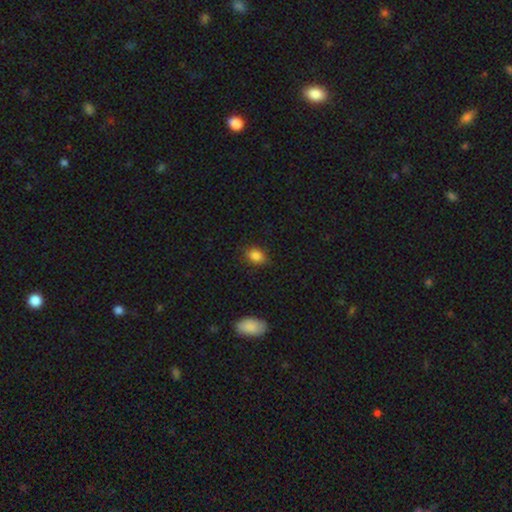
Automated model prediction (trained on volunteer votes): Morphology: type=smooth (85%); roundness=in between (68%); merging=none (80%).